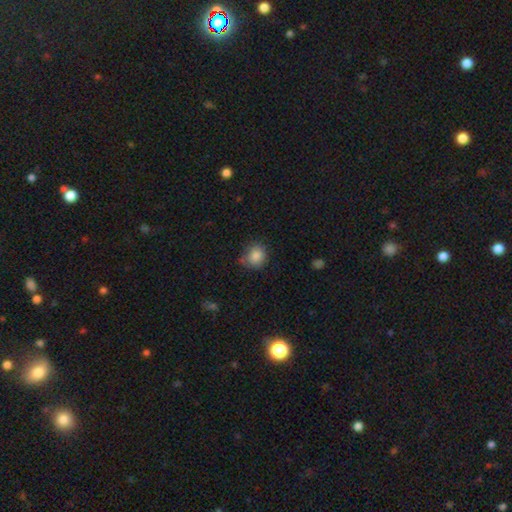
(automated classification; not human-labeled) Smooth or featured? smooth (85%)
How rounded? round (77%)
Merging? none (71%)